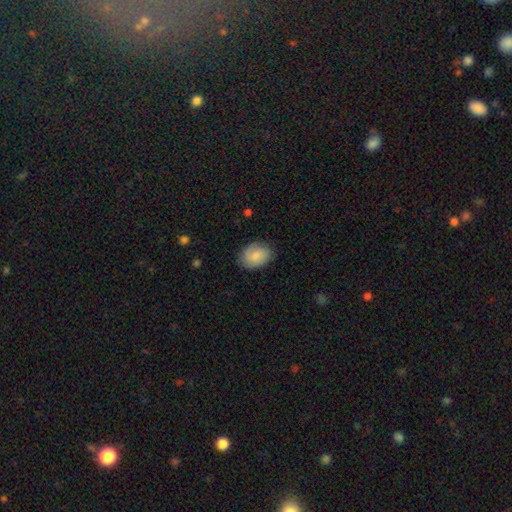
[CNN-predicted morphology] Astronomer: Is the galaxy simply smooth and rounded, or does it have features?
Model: smooth — 80%.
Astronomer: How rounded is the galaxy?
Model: in between — 73%.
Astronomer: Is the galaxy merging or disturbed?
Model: none — 80%.